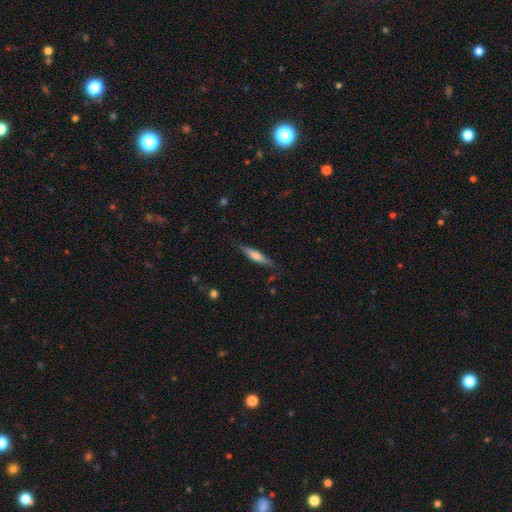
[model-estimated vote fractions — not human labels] Smooth or featured: smooth — 49% (featured or disk — 45%)
Merging: none — 82% (minor disturbance — 13%)